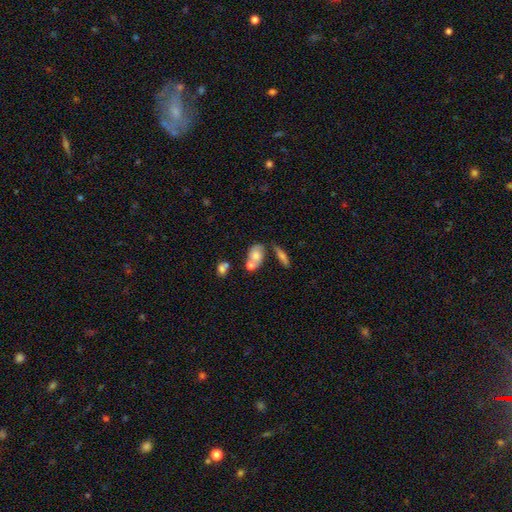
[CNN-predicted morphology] type=smooth (65%); roundness=in between (72%); merging=merger (43%).